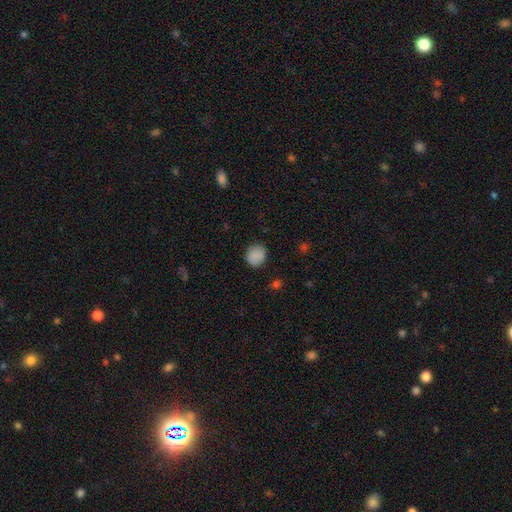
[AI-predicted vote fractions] Smooth or featured?
  - smooth: 88% *
  - star or artifact: 8%
  - featured or disk: 4%
How rounded?
  - round: 84% *
  - in between: 15%
  - cigar-shaped: 1%
Merging?
  - none: 86% *
  - minor disturbance: 10%
  - major disturbance: 3%
  - merger: 1%